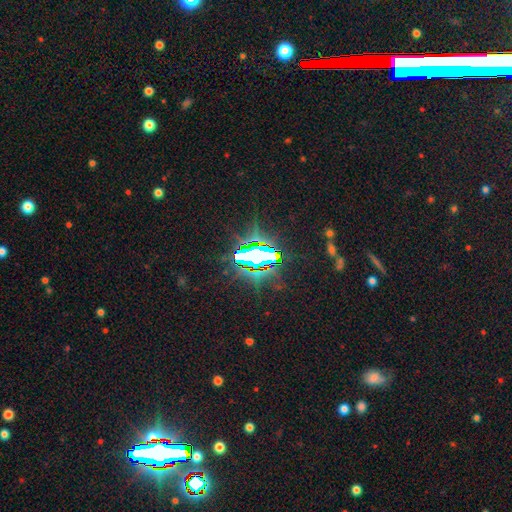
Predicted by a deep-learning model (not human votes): Smooth or featured?
  - star or artifact: 74% *
  - featured or disk: 13%
  - smooth: 12%